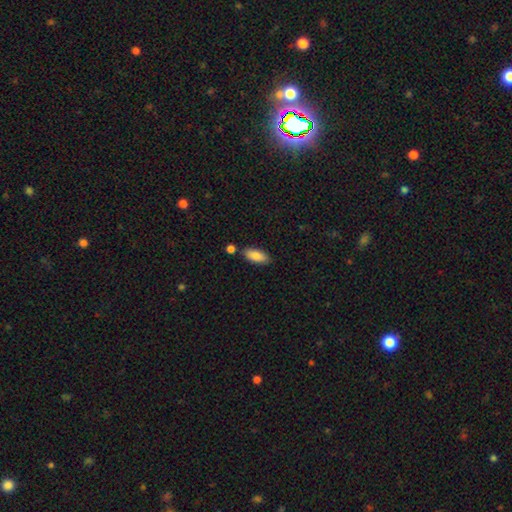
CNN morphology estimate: type=smooth (87%); roundness=in between (82%); merging=none (80%).